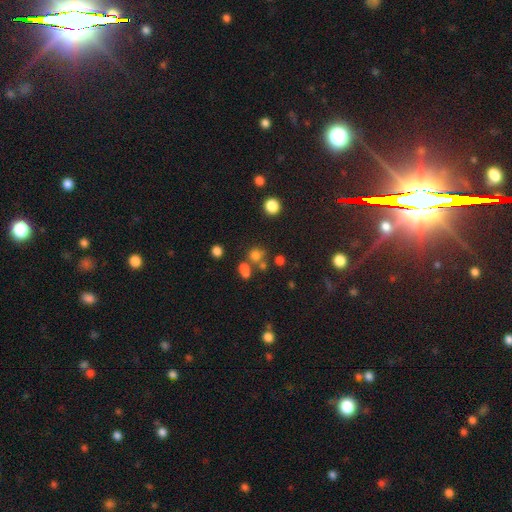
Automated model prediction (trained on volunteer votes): Overall: smooth (69%). How rounded: round (85%). Merging: none (58%; merger 27%).